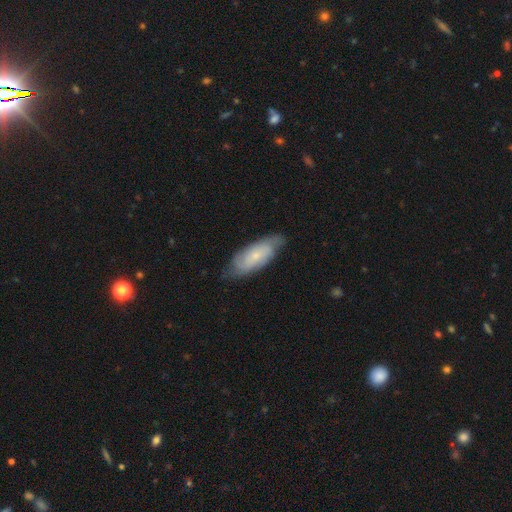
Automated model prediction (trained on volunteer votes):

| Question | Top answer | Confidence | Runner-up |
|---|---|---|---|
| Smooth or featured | featured or disk | 57% | smooth (37%) |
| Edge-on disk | no | 87% | yes (13%) |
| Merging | none | 73% | minor disturbance (21%) |